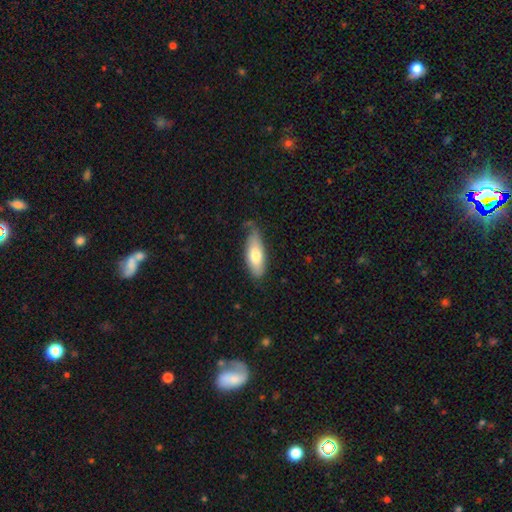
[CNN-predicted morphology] Q: Smooth or featured?
A: smooth (72%); runner-up: featured or disk (22%)
Q: How rounded?
A: in between (75%); runner-up: cigar-shaped (23%)
Q: Merging?
A: none (59%); runner-up: minor disturbance (31%)